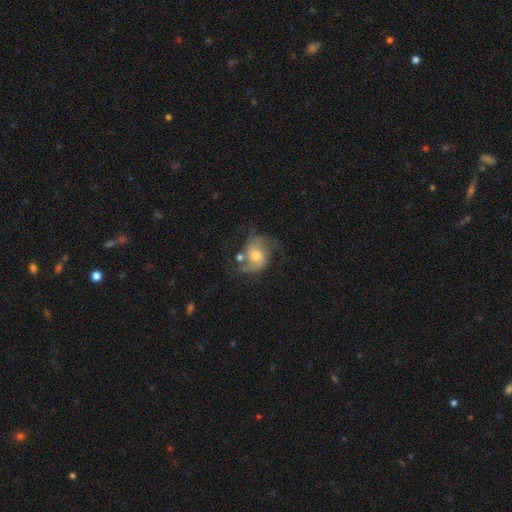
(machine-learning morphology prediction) smooth-or-featured: featured or disk: 72% | smooth: 20% | star or artifact: 8%
  disk-edge-on: no: 97% | yes: 3%
    bar: no: 62% | weak: 32% | strong: 6%
    has-spiral-arms: yes: 90% | no: 10%
      spiral-winding: medium: 45% | loose: 39% | tight: 16%
      spiral-arm-count: 2: 82% | can't tell: 8% | 1: 4% | 3: 3% | 4: 1% | more than 4: 1%
    bulge-size: moderate: 62% | small: 26% | large: 9% | none: 3% | dominant: 1%
  merging: none: 53% | minor disturbance: 22% | major disturbance: 17% | merger: 8%